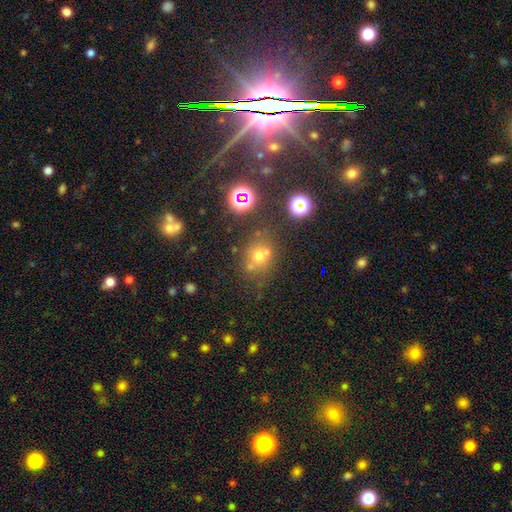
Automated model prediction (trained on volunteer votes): A smooth galaxy with no disk features (52%) that is round (73%). Merging: none (57%).